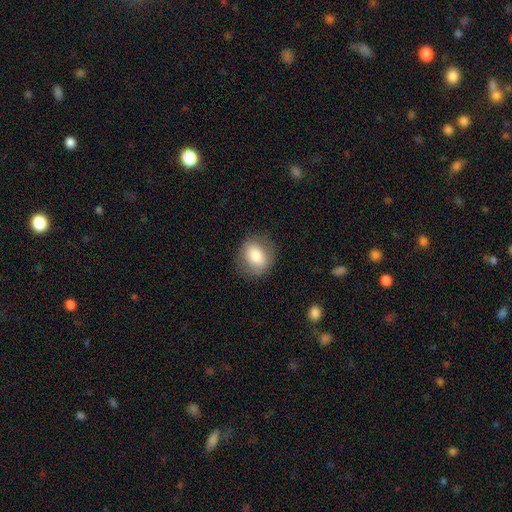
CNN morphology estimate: type=smooth (76%); roundness=round (52%); merging=none (82%).